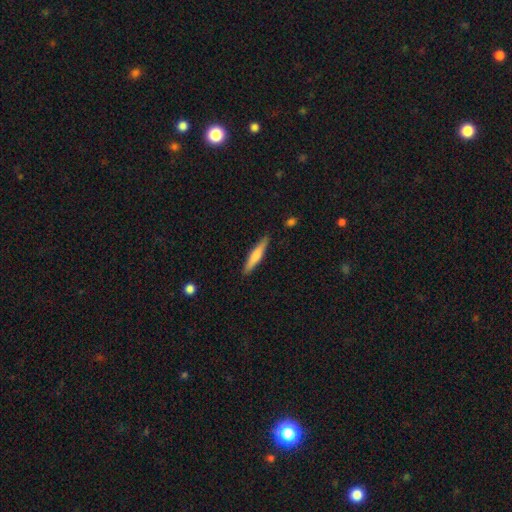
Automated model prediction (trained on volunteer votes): Smooth or featured? Predicted: smooth (p=0.63). How rounded? Predicted: cigar-shaped (p=0.89). Merging? Predicted: none (p=0.89).